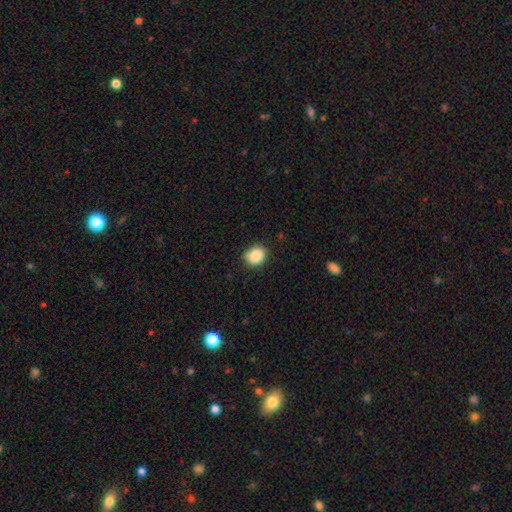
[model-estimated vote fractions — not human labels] This is clearly a smooth galaxy (88%). How rounded: likely round (62%). Merging: clearly none (82%).